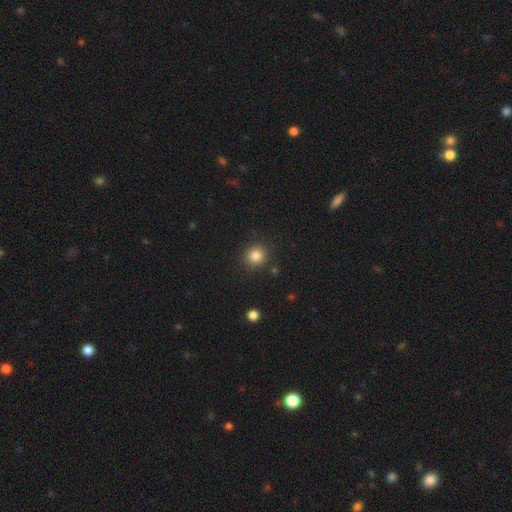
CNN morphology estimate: type=smooth (84%); roundness=round (91%); merging=none (89%).